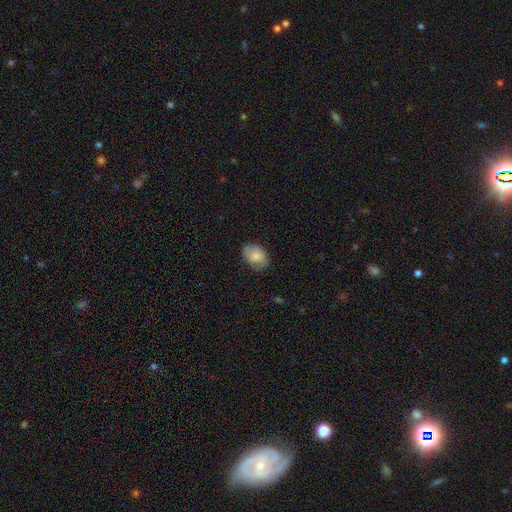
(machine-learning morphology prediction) Overall: smooth (77%). How rounded: in between (77%). Merging: none (72%).